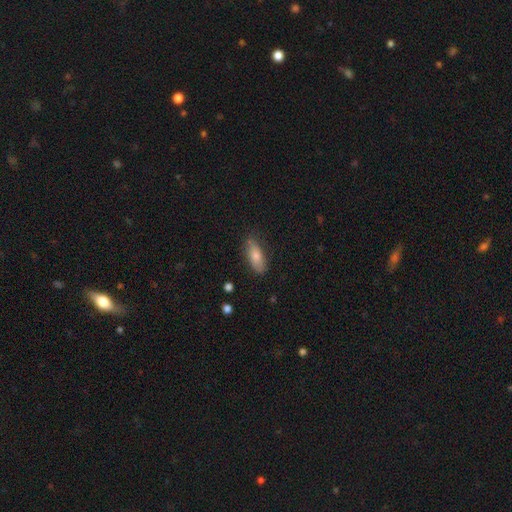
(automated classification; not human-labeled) smooth 70%, featured or disk 23%, star or artifact 7%. Down the decision tree: how rounded — in between (66%); merging — none (82%).